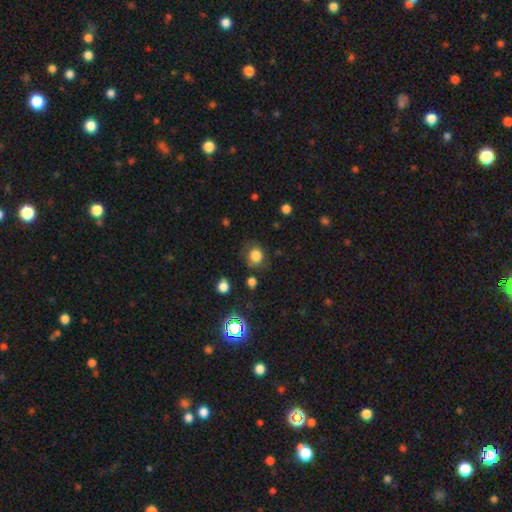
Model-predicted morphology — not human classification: A smooth galaxy with no disk features (79%) that is round (79%). Merging: none (71%).